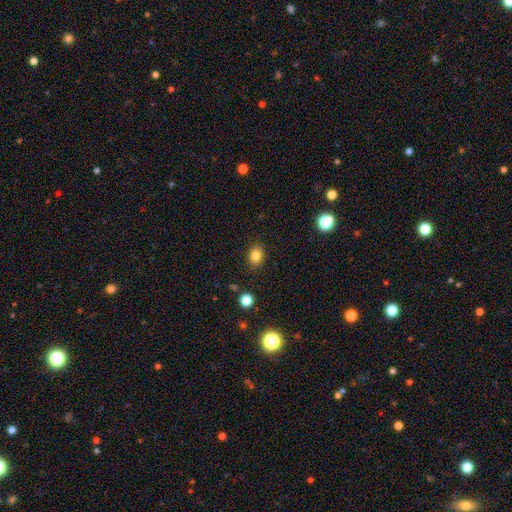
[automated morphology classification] Smooth or featured? smooth (82%)
How rounded? in between (59%)
Merging? none (87%)